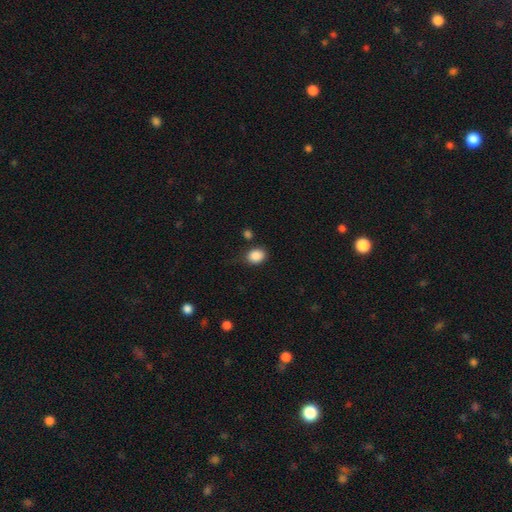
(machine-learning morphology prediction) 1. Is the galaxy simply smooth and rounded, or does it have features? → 87% smooth, 9% star or artifact, 4% featured or disk.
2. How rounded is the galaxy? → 51% in between, 48% round, 1% cigar-shaped.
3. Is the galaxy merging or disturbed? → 73% none, 18% minor disturbance, 5% major disturbance, 4% merger.